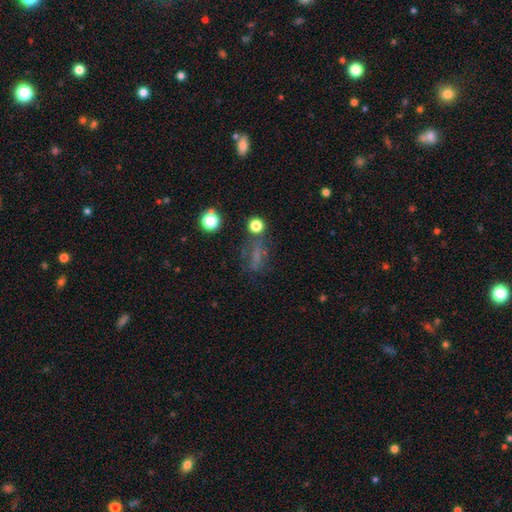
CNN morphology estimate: Smooth or featured? smooth (41%)
Merging? none (53%)